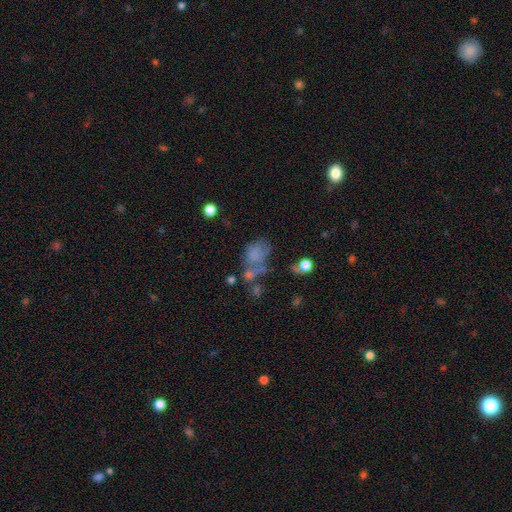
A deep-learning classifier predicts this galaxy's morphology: A smooth galaxy with no disk features (58%) that is in between round and cigar-shaped (67%).

Vote fractions:
- Smooth or featured? smooth: 58% / featured or disk: 26% / star or artifact: 16%
- How rounded? in between: 67% / round: 32% / cigar-shaped: 2%
- Merging? major disturbance: 28% (tied) / none: 28% (tied) / merger: 23% / minor disturbance: 21%